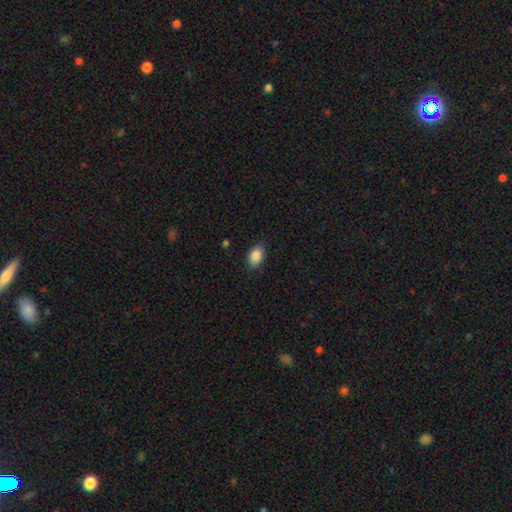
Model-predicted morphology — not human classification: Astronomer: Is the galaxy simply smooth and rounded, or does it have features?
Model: smooth — 87%.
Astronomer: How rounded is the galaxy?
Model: in between — 86%.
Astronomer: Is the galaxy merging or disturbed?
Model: none — 85%.